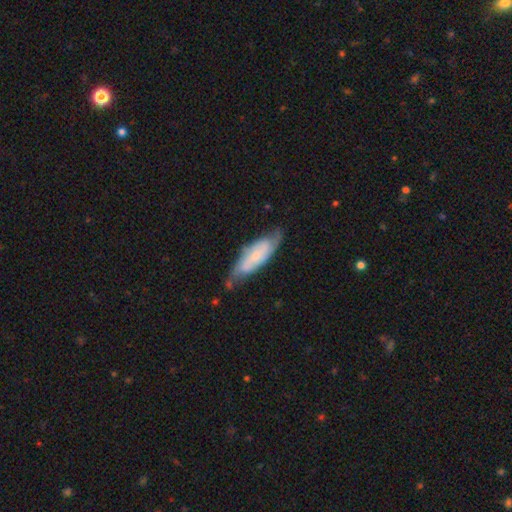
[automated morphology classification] This is possibly a featured or disk galaxy (57%). It is likely not viewed edge-on (77%). Merging: likely none (63%).